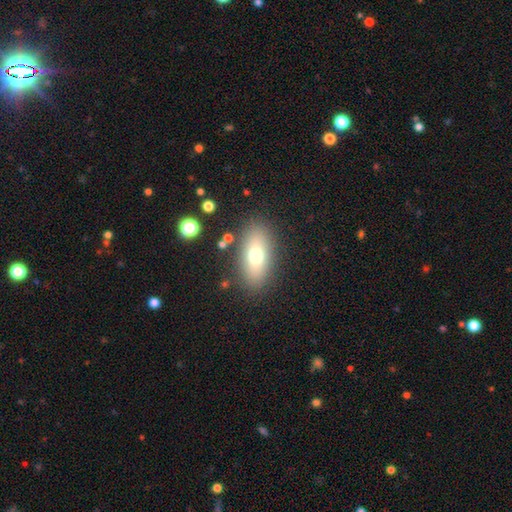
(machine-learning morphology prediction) The model was most divided on "smooth or featured": smooth: 68%, featured or disk: 21%, star or artifact: 10%. More confident: merging — none (84%); how rounded — in between (83%).